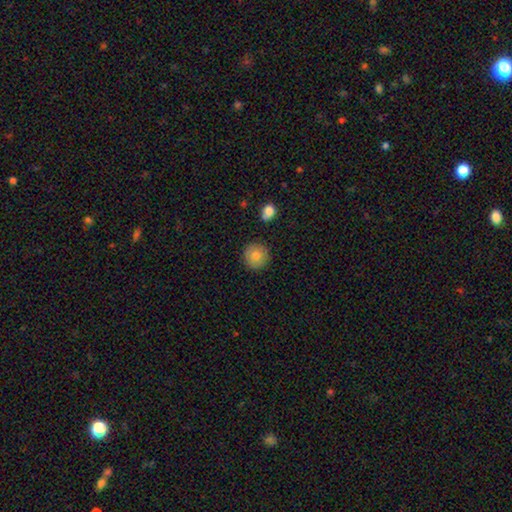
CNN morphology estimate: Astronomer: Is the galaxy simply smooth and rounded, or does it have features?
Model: smooth — 80%.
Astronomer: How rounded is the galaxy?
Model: round — 94%.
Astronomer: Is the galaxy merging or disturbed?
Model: none — 89%.